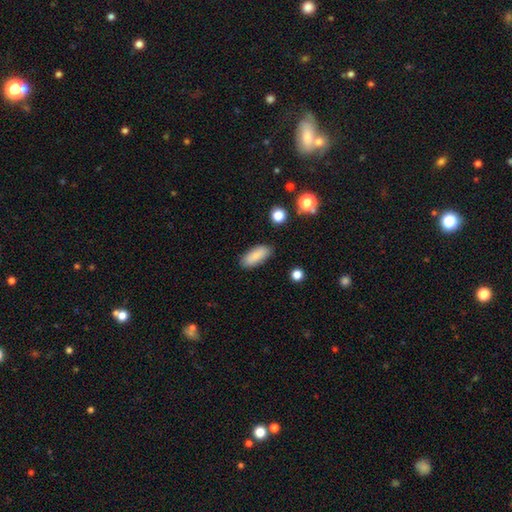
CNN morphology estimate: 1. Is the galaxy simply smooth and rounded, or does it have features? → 84% smooth, 9% featured or disk, 7% star or artifact.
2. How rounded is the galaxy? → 81% in between, 16% cigar-shaped, 2% round.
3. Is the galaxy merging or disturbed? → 84% none, 12% minor disturbance, 3% major disturbance, 2% merger.